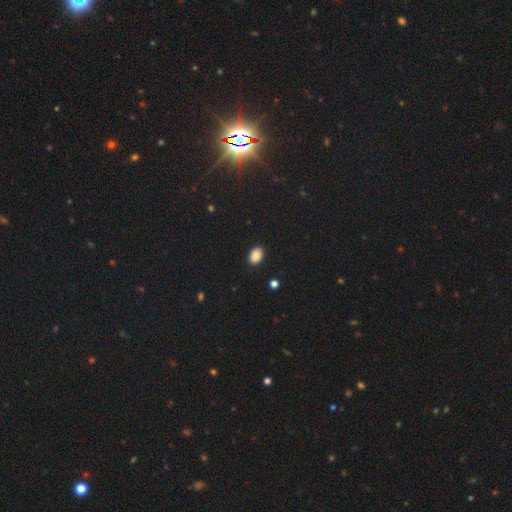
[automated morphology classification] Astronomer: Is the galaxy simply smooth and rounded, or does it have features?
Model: smooth — 88%.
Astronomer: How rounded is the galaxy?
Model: in between — 79%.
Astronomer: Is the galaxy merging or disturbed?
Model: none — 89%.